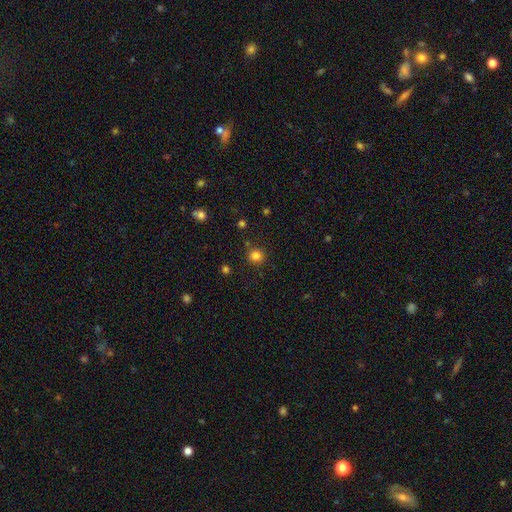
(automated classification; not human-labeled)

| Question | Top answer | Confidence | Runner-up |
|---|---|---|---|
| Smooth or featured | smooth | 82% | star or artifact (14%) |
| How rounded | round | 91% | in between (8%) |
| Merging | none | 85% | minor disturbance (8%) |